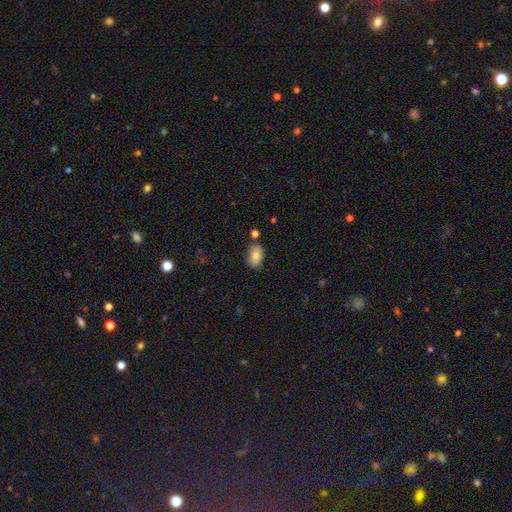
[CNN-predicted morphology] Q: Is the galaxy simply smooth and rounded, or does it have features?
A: smooth — 85%.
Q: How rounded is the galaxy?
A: in between — 90%.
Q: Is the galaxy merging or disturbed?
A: none — 75%.